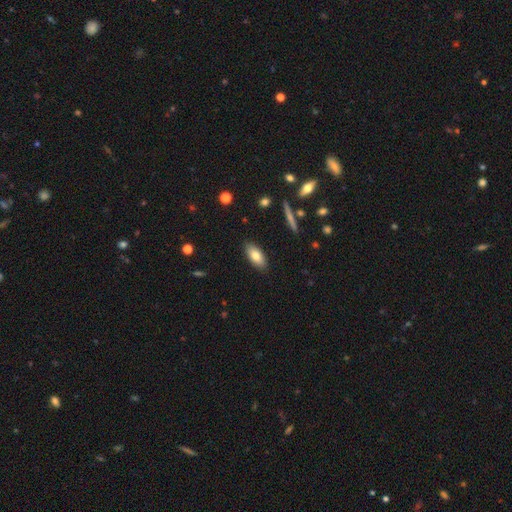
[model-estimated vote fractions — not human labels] Smooth or featured? Predicted: smooth (p=0.78). How rounded? Predicted: in between (p=0.86). Merging? Predicted: none (p=0.88).